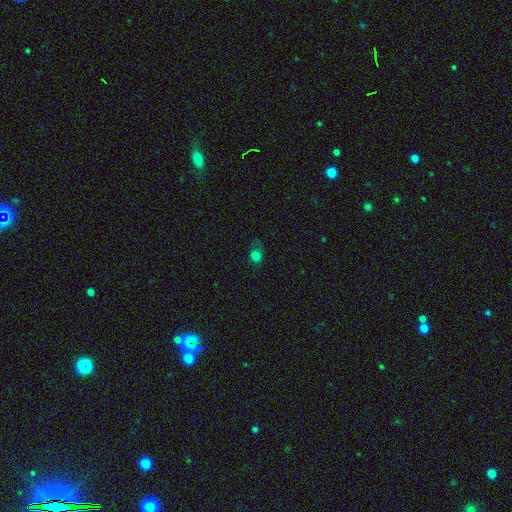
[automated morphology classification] A smooth galaxy with no disk features (75%) that is round (55%).

Vote fractions:
- Smooth or featured? smooth: 75% / star or artifact: 18% / featured or disk: 7%
- How rounded? round: 55% / in between: 43% / cigar-shaped: 2%
- Merging? none: 57% / minor disturbance: 27% / major disturbance: 14% / merger: 2%